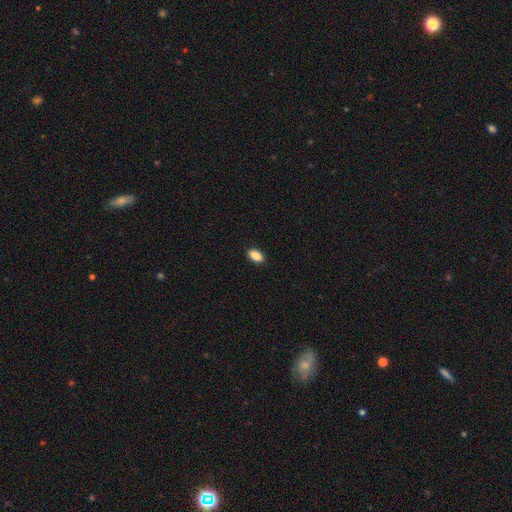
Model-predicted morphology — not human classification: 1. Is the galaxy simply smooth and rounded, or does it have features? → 88% smooth, 8% star or artifact, 4% featured or disk.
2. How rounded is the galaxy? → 92% in between, 5% round, 4% cigar-shaped.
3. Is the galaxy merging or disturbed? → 90% none, 7% minor disturbance, 2% major disturbance, 1% merger.